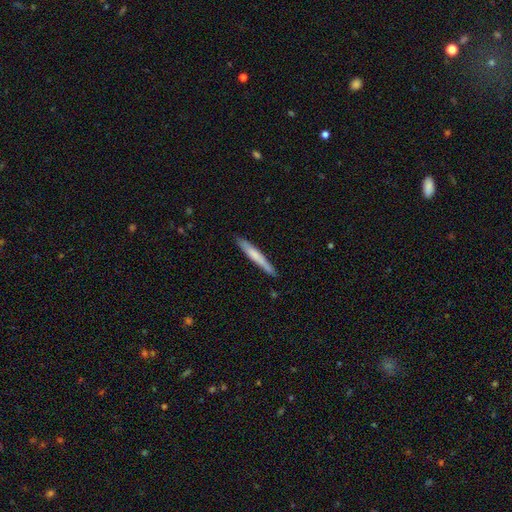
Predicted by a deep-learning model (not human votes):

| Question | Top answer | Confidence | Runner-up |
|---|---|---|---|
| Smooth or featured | smooth | 63% | featured or disk (31%) |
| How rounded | cigar-shaped | 95% | in between (3%) |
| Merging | none | 86% | minor disturbance (11%) |